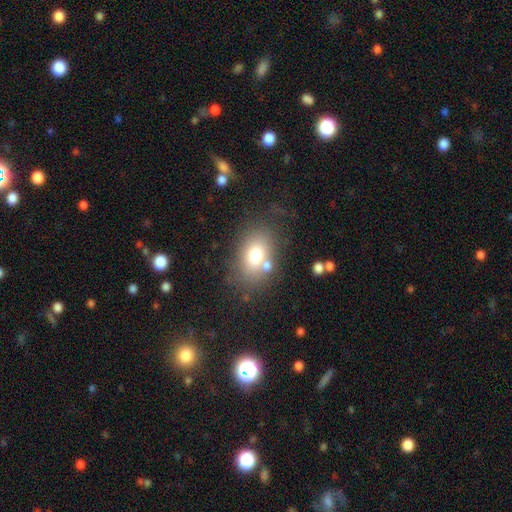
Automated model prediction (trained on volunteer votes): smooth_or_featured: smooth (p=0.72) [alt: featured or disk p=0.16]
how_rounded: in between (p=0.73) [alt: round p=0.25]
merging: none (p=0.66) [alt: minor disturbance p=0.15]